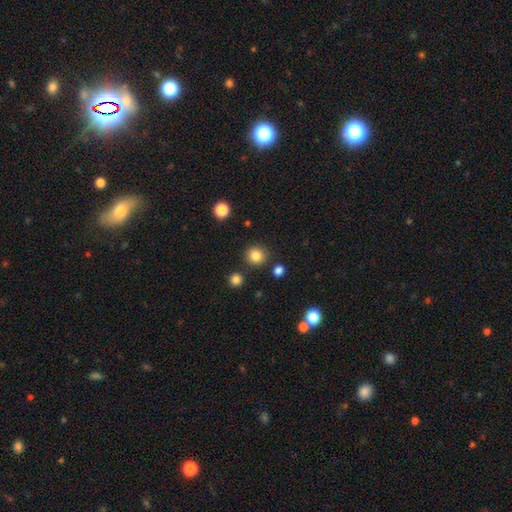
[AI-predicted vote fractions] Smooth or featured? Predicted: smooth (p=0.84). How rounded? Predicted: round (p=0.91). Merging? Predicted: none (p=0.87).